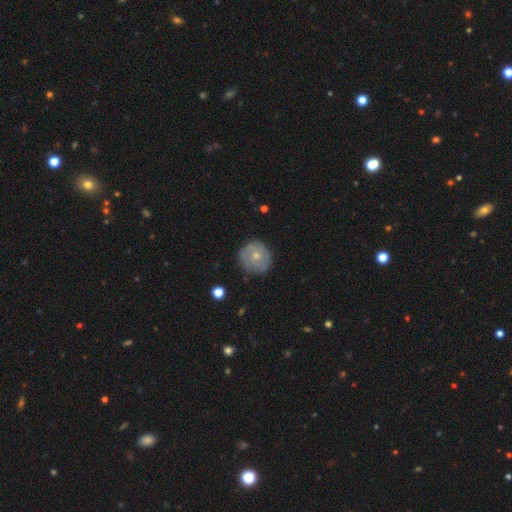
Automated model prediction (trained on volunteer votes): Overall: smooth (48%; featured or disk 45%). Merging: none (76%).